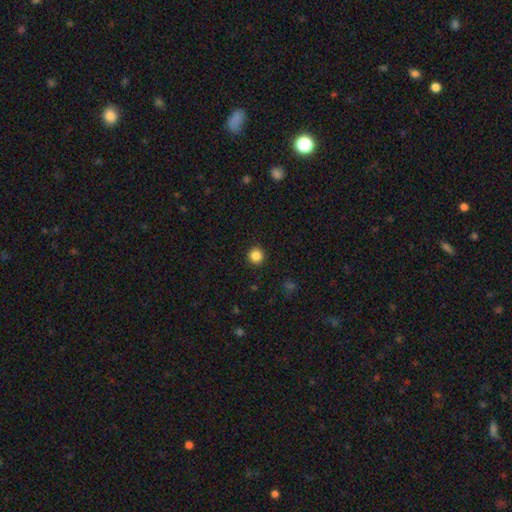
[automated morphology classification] A smooth galaxy with no disk features (85%) that is round (95%).

Vote fractions:
- Smooth or featured? smooth: 85% / star or artifact: 11% / featured or disk: 3%
- How rounded? round: 95% / in between: 4% / cigar-shaped: 1%
- Merging? none: 93% / minor disturbance: 5% / major disturbance: 2% / merger: 1%